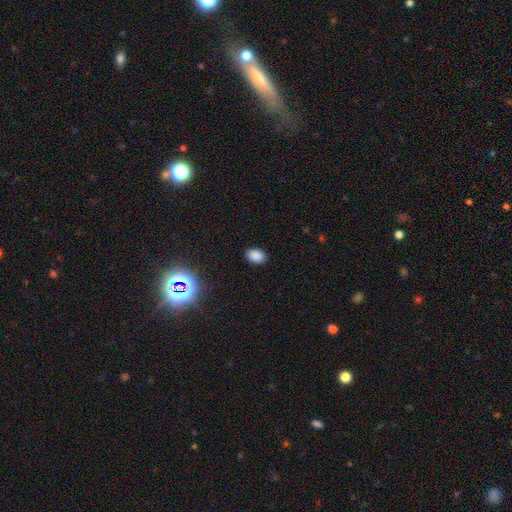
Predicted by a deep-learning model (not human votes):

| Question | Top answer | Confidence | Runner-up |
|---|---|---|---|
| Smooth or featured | smooth | 84% | star or artifact (12%) |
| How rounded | in between | 84% | round (15%) |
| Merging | none | 88% | minor disturbance (9%) |